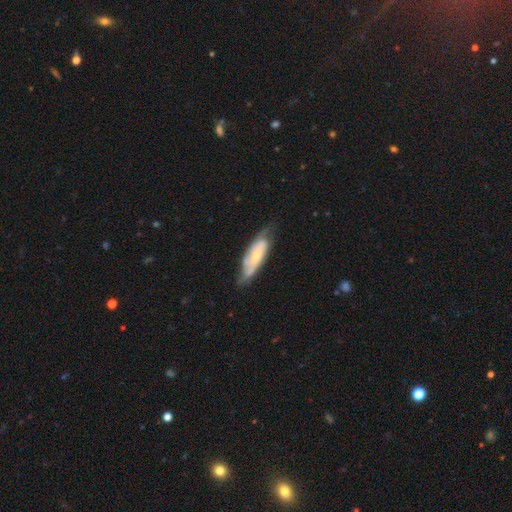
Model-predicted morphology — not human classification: A featured or disk galaxy (63%) with no bar (71%), spiral arms (82%) and a small central bulge (63%).

Vote fractions:
- Smooth or featured? featured or disk: 63% / smooth: 31% / star or artifact: 6%
- Edge-on disk? no: 81% / yes: 19%
- Bar? no: 71% / weak: 23% / strong: 6%
- Spiral arms? yes: 82% / no: 18%
- Bulge size? small: 63% / moderate: 31% / none: 3% / large: 2% / dominant: 1%
- Merging? none: 61% / minor disturbance: 28% / major disturbance: 9% / merger: 2%